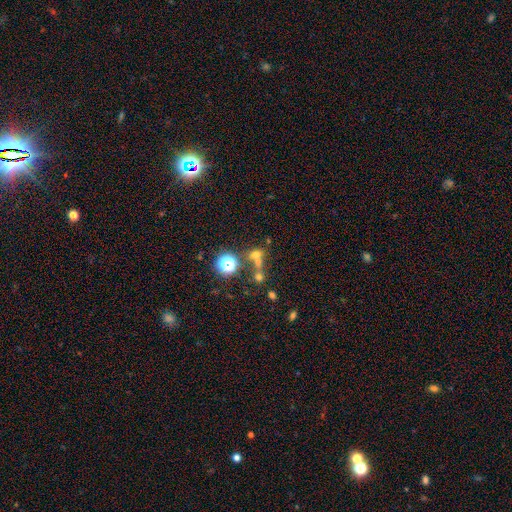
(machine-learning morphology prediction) Overall: smooth (52%; star or artifact 32%). How rounded: round (63%; in between 32%). Merging: merger (44%; none 41%).